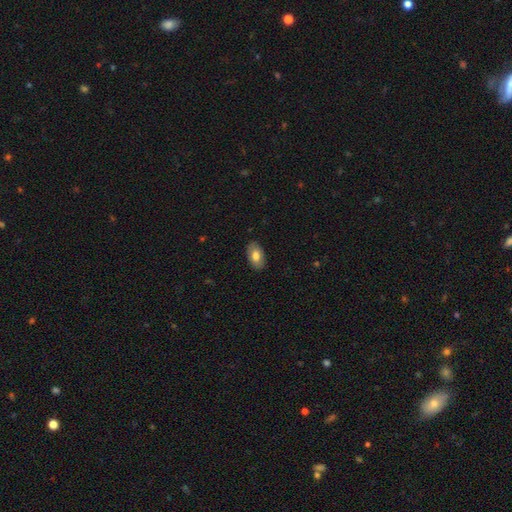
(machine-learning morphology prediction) Smooth or featured? Predicted: smooth (p=0.78). How rounded? Predicted: in between (p=0.94). Merging? Predicted: none (p=0.87).